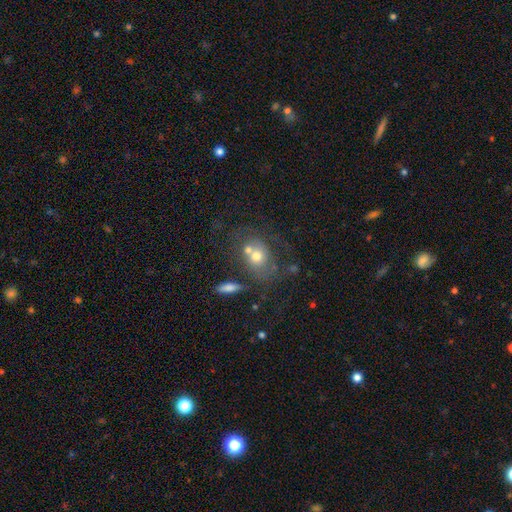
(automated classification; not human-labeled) A smooth galaxy with no disk features (53%) that is round (52%). Merging: none (38%).